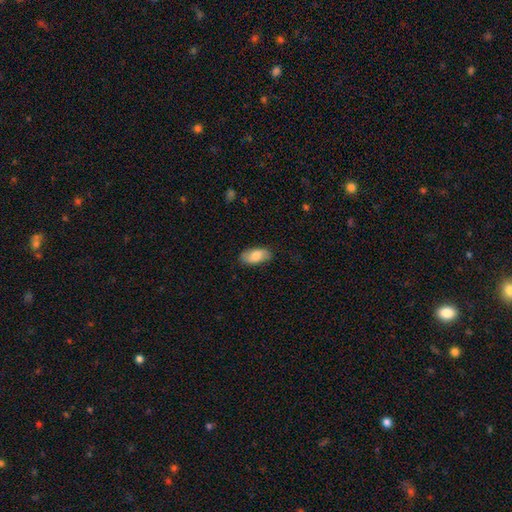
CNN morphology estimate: Smooth or featured? Predicted: smooth (p=0.78). How rounded? Predicted: in between (p=0.92). Merging? Predicted: none (p=0.83).